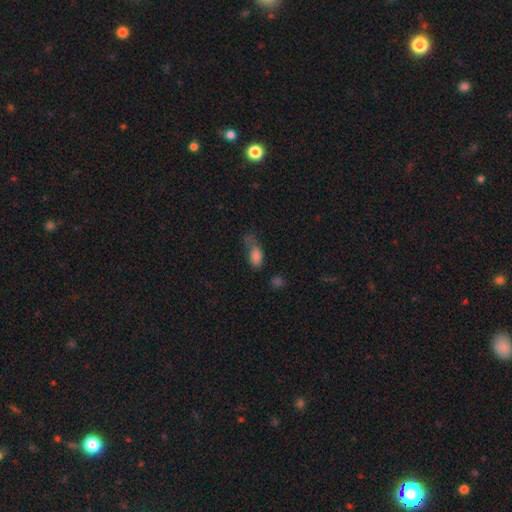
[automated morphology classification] This appears to be a smooth galaxy with no disk features (80%) that is in between round and cigar-shaped (87%). Merging: major disturbance (35%).